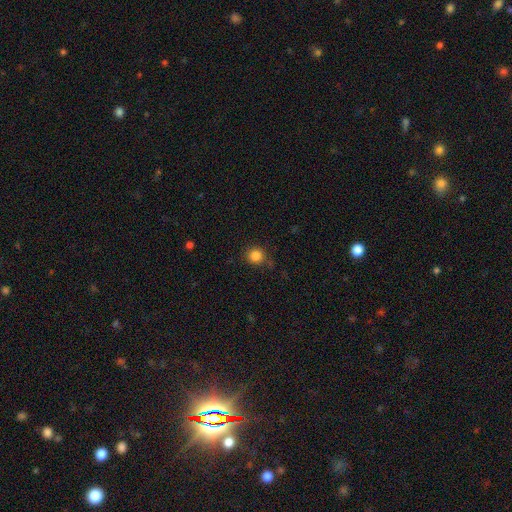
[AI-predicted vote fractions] smooth_or_featured: smooth (p=0.84) [alt: star or artifact p=0.12]
how_rounded: round (p=0.92) [alt: in between p=0.07]
merging: none (p=0.83) [alt: minor disturbance p=0.12]